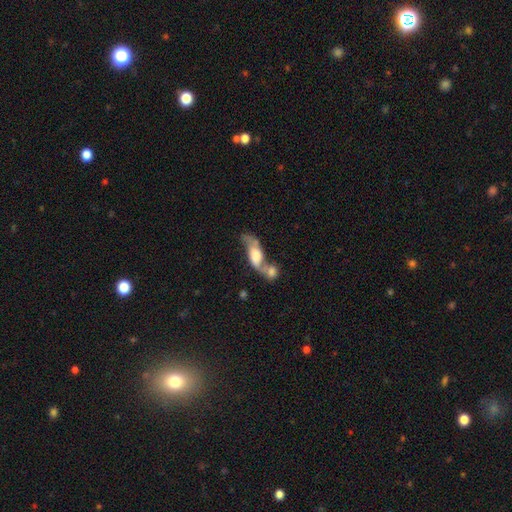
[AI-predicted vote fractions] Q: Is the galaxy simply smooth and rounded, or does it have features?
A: featured or disk — 48%.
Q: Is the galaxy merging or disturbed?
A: merger — 61%.